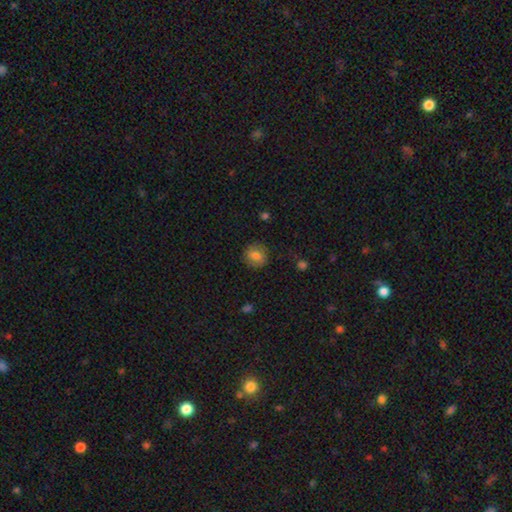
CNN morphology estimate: Q: Smooth or featured?
A: smooth (76%); runner-up: featured or disk (15%)
Q: How rounded?
A: round (82%); runner-up: in between (17%)
Q: Merging?
A: none (85%); runner-up: minor disturbance (11%)